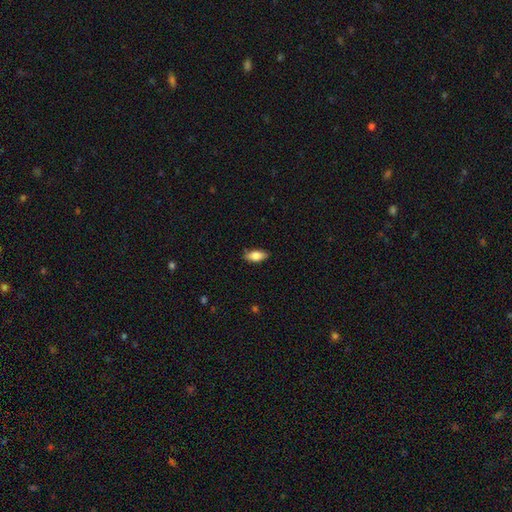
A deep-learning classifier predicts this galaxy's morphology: Smooth or featured?
  - smooth: 80% *
  - featured or disk: 13%
  - star or artifact: 7%
How rounded?
  - in between: 85% *
  - cigar-shaped: 13%
  - round: 3%
Merging?
  - none: 85% *
  - minor disturbance: 12%
  - major disturbance: 2%
  - merger: 1%